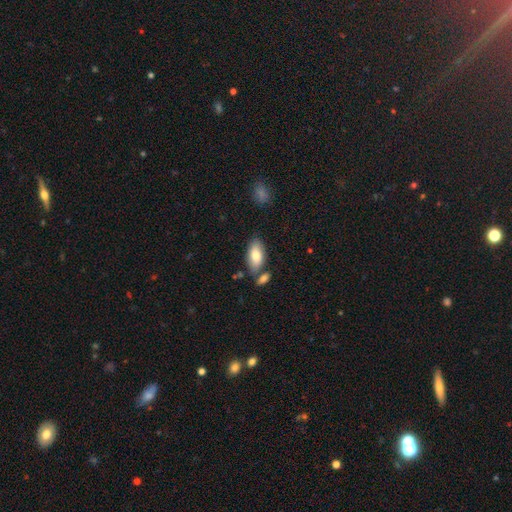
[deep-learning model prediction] This appears to be a smooth galaxy with no disk features (79%) that is in between round and cigar-shaped (91%). Merging: none (70%).